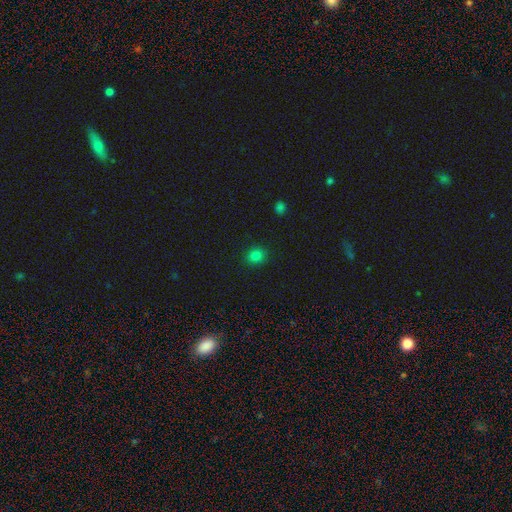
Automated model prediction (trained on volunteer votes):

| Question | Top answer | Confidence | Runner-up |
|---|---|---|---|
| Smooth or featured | smooth | 81% | star or artifact (15%) |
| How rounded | round | 76% | in between (23%) |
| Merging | none | 90% | minor disturbance (7%) |